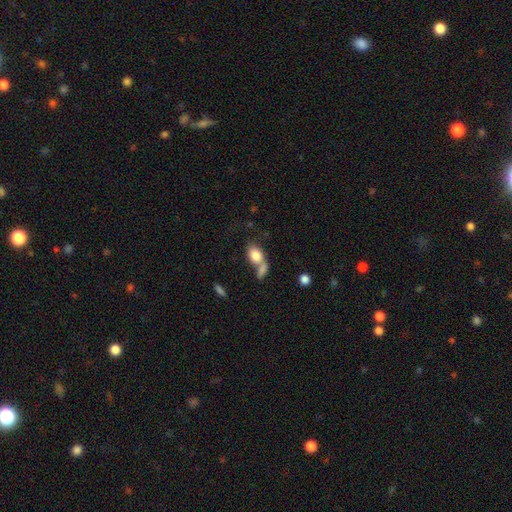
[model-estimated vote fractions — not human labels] The model was most divided on "merging": merger: 52%, none: 30%, minor disturbance: 11%, major disturbance: 7%. More confident: how rounded — in between (81%); smooth or featured — smooth (80%).